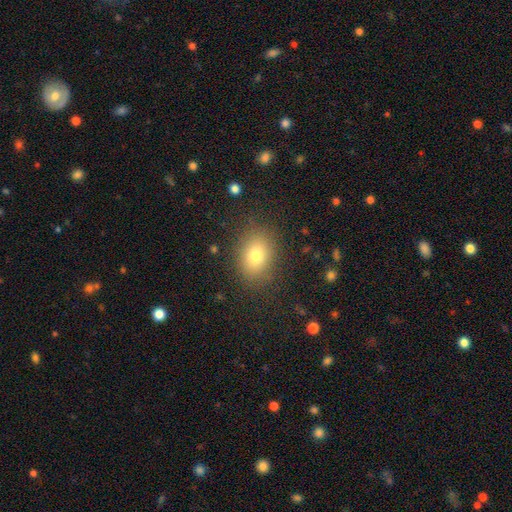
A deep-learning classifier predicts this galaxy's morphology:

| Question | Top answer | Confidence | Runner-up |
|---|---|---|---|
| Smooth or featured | smooth | 77% | star or artifact (12%) |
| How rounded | in between | 64% | round (35%) |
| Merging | none | 84% | minor disturbance (11%) |